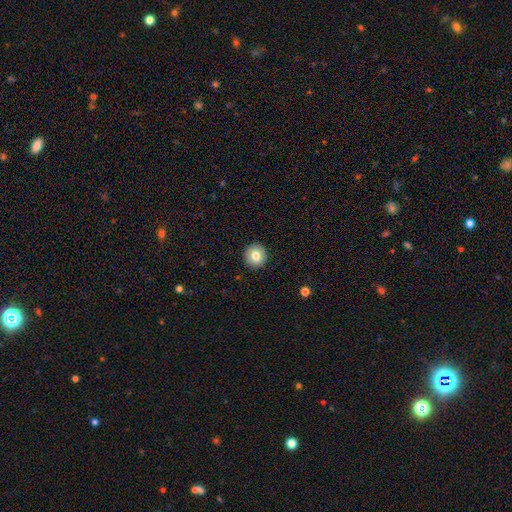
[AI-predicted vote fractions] Overall: smooth (79%). How rounded: round (92%). Merging: none (92%).